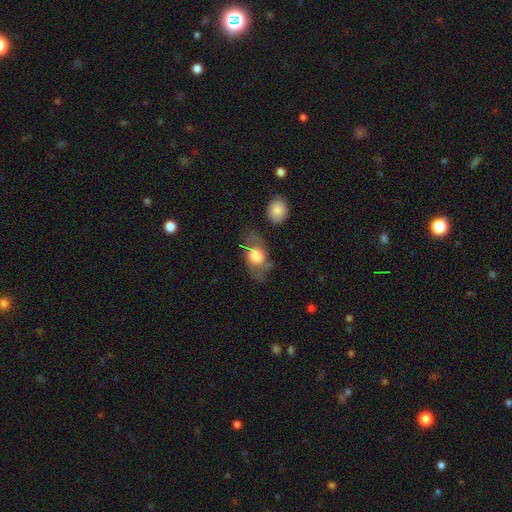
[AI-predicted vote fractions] A smooth galaxy with no disk features (59%) that is in between round and cigar-shaped (78%). Merging: none (51%).